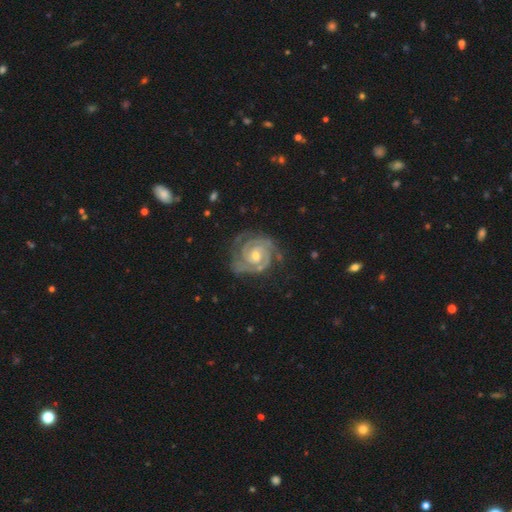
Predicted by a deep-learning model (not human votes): Smooth or featured?
  - featured or disk: 93% *
  - star or artifact: 4%
  - smooth: 3%
Edge-on disk?
  - no: 98% *
  - yes: 2%
Bar?
  - no: 58% *
  - weak: 32%
  - strong: 10%
Spiral arms?
  - yes: 99% *
  - no: 1%
Spiral winding?
  - tight: 77% *
  - medium: 21%
  - loose: 2%
Spiral arm count?
  - 2: 60% *
  - 3: 22%
  - can't tell: 7%
  - 4: 4%
  - 1: 3%
  - more than 4: 3%
Bulge size?
  - moderate: 55% *
  - small: 42%
  - large: 2%
  - none: 1%
  - dominant: 1%
Merging?
  - none: 73% *
  - minor disturbance: 19%
  - major disturbance: 7%
  - merger: 2%